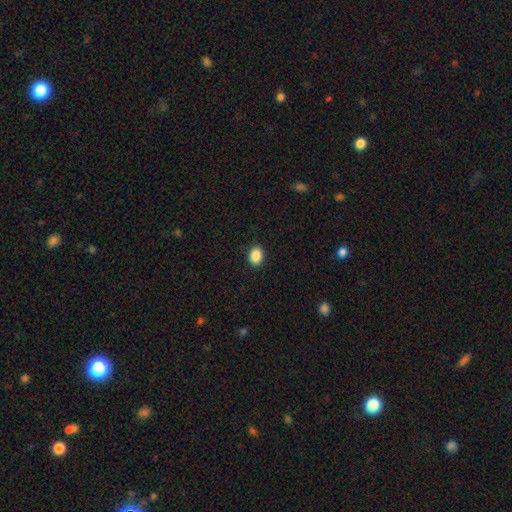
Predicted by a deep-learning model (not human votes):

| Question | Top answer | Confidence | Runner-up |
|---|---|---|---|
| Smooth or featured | smooth | 89% | star or artifact (8%) |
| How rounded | in between | 61% | round (38%) |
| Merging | none | 91% | minor disturbance (7%) |